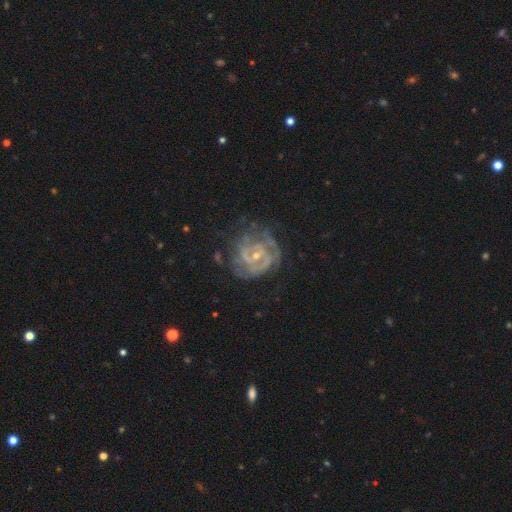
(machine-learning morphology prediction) smooth-or-featured: featured or disk: 85% | smooth: 8% | star or artifact: 7%
  disk-edge-on: no: 98% | yes: 2%
    bar: no: 49% | weak: 40% | strong: 11%
    has-spiral-arms: yes: 90% | no: 10%
      spiral-winding: tight: 62% | medium: 30% | loose: 8%
      spiral-arm-count: 2: 33% | can't tell: 32% | 3: 17% | 4: 7% | 1: 5% | more than 4: 5%
    bulge-size: small: 68% | moderate: 28% | none: 2% | large: 1% | dominant: 1%
  merging: none: 63% | minor disturbance: 21% | major disturbance: 14% | merger: 2%